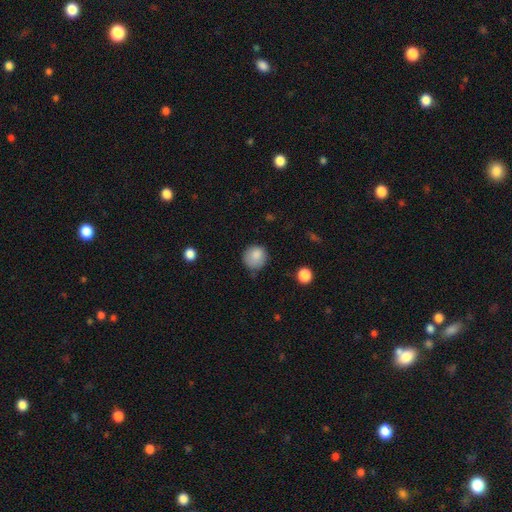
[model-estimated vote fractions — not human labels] A smooth galaxy with no disk features (85%) that is round (89%). Merging: none (68%).